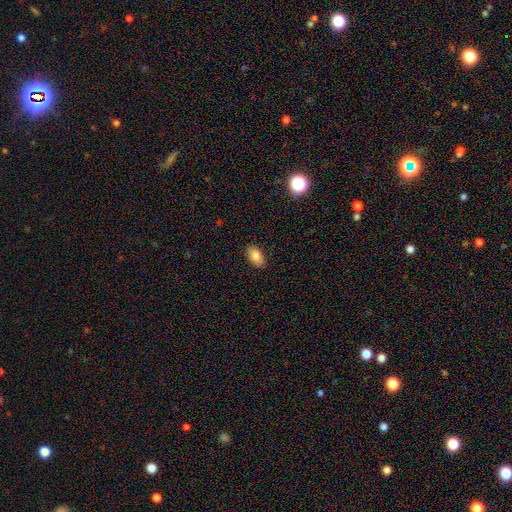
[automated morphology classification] smooth-or-featured: smooth: 84% | star or artifact: 8% | featured or disk: 8%
  how-rounded: in between: 91% | round: 7% | cigar-shaped: 2%
  merging: none: 86% | minor disturbance: 11% | major disturbance: 2% | merger: 1%